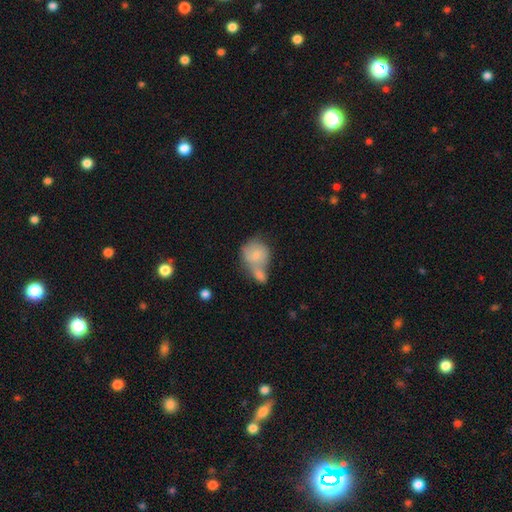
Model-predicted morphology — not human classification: This appears to be a smooth galaxy with no disk features (71%) that is round (70%). Merging: merger (62%).